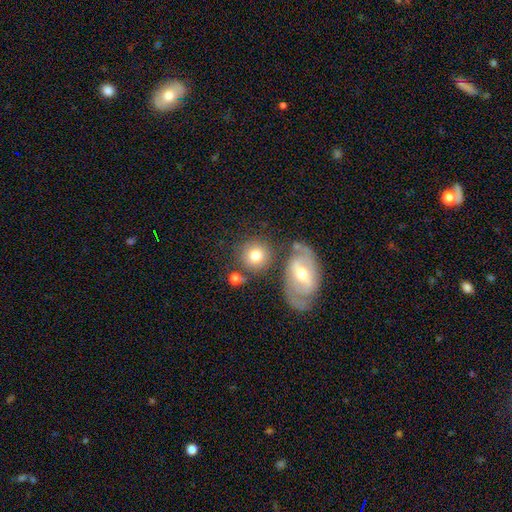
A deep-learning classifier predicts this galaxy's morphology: smooth-or-featured: smooth: 71% | featured or disk: 20% | star or artifact: 8%
  how-rounded: round: 85% | in between: 14% | cigar-shaped: 1%
  merging: none: 64% | merger: 18% | minor disturbance: 12% | major disturbance: 5%